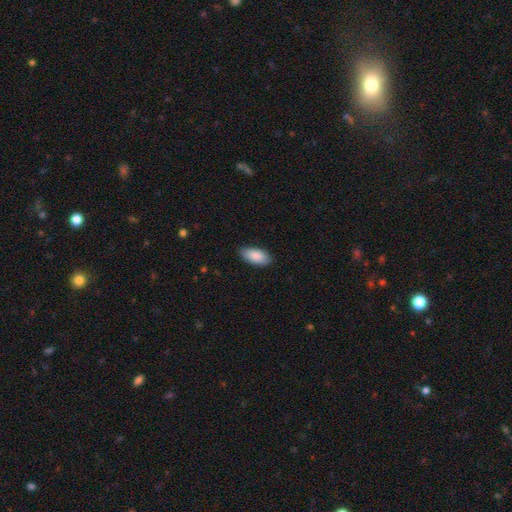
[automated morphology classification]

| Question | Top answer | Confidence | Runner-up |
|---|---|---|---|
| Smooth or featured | smooth | 88% | featured or disk (6%) |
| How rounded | in between | 93% | cigar-shaped (5%) |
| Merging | none | 88% | minor disturbance (9%) |